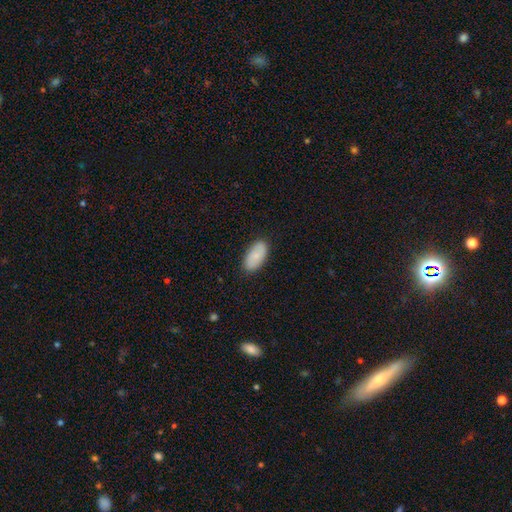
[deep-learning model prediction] A smooth galaxy with no disk features (76%) that is in between round and cigar-shaped (94%). Merging: none (86%).